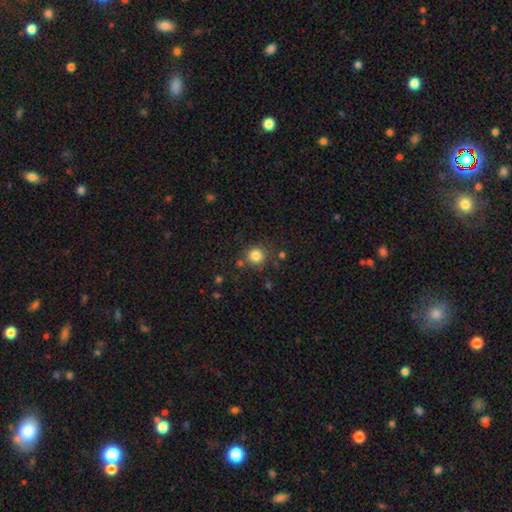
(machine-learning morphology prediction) smooth-or-featured: smooth: 82% | star or artifact: 12% | featured or disk: 6%
  how-rounded: round: 92% | in between: 8% | cigar-shaped: 1%
  merging: none: 80% | minor disturbance: 10% | merger: 7% | major disturbance: 4%